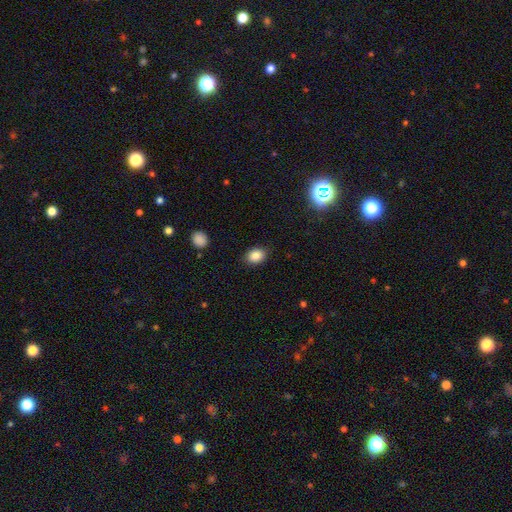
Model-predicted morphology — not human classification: Smooth or featured? smooth (86%)
How rounded? in between (64%)
Merging? none (87%)